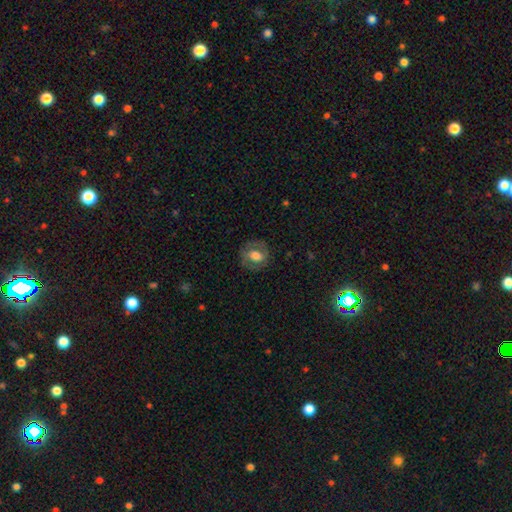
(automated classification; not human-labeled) smooth_or_featured: smooth (p=0.47) [alt: featured or disk p=0.45]
merging: none (p=0.77) [alt: minor disturbance p=0.14]